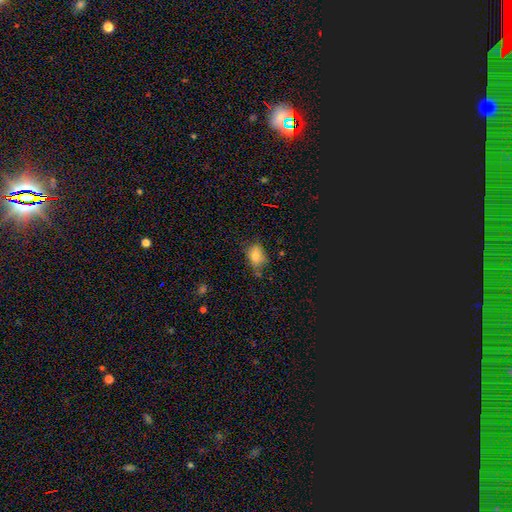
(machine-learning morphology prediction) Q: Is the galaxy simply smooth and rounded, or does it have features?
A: smooth — 81%.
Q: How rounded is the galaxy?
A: in between — 77%.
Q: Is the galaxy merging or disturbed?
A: none — 60%.